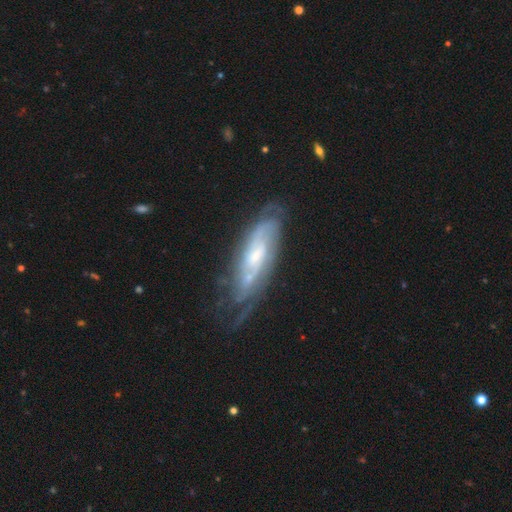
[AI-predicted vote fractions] Smooth or featured?
  - featured or disk: 79% *
  - smooth: 15%
  - star or artifact: 7%
Edge-on disk?
  - no: 80% *
  - yes: 20%
Bar?
  - no: 55% *
  - weak: 36%
  - strong: 10%
Spiral arms?
  - yes: 91% *
  - no: 9%
Spiral winding?
  - tight: 58% *
  - medium: 32%
  - loose: 10%
Spiral arm count?
  - can't tell: 52% *
  - 2: 23%
  - 3: 10%
  - 4: 6%
  - 1: 4%
  - more than 4: 4%
Bulge size?
  - small: 51% *
  - moderate: 38%
  - none: 6%
  - large: 4%
  - dominant: 1%
Merging?
  - none: 61% *
  - minor disturbance: 24%
  - major disturbance: 12%
  - merger: 3%